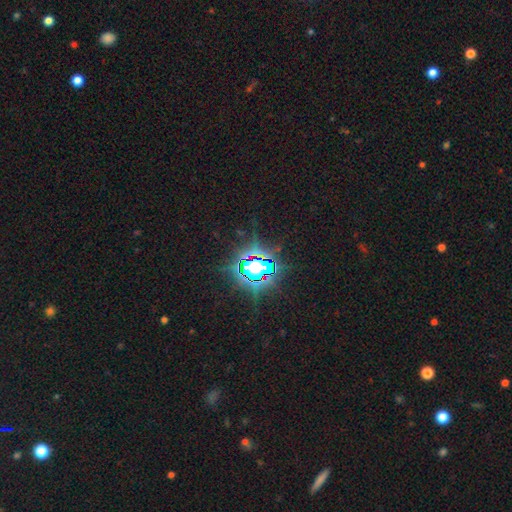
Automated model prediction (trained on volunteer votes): Q: Smooth or featured?
A: star or artifact (84%); runner-up: smooth (10%)